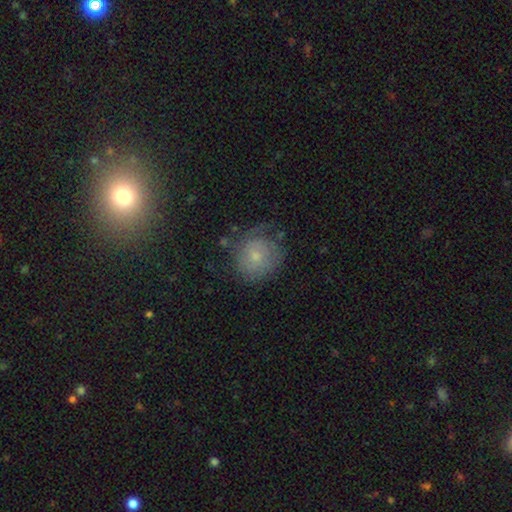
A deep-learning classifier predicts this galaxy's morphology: Smooth or featured?
  - smooth: 58% *
  - featured or disk: 33%
  - star or artifact: 10%
How rounded?
  - round: 84% *
  - in between: 15%
  - cigar-shaped: 1%
Merging?
  - none: 54% *
  - minor disturbance: 27%
  - major disturbance: 16%
  - merger: 3%